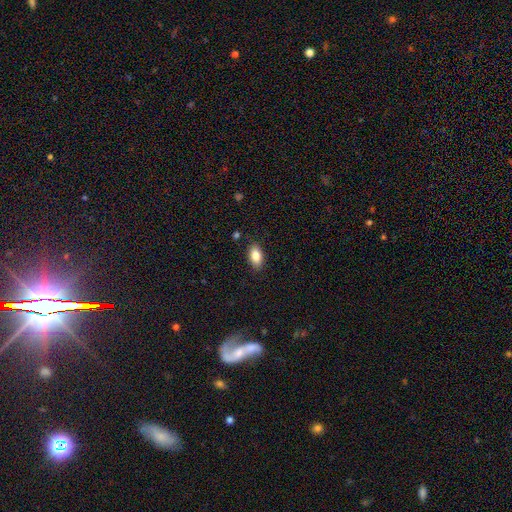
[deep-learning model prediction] This is clearly a smooth galaxy (85%). How rounded: clearly in between (92%). Merging: clearly none (87%).